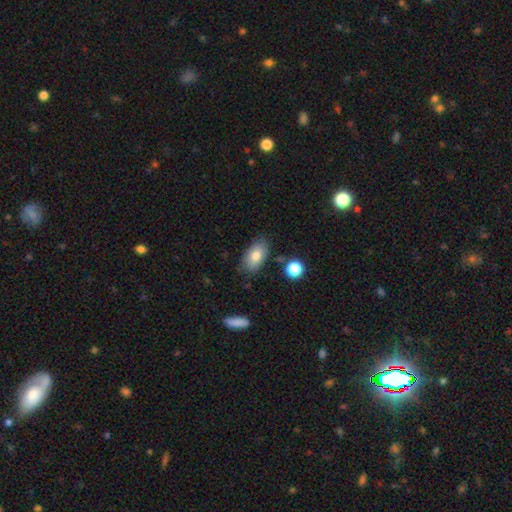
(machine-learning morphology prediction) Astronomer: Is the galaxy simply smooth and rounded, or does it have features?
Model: smooth — 80%.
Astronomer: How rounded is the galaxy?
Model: in between — 92%.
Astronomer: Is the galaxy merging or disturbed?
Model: none — 80%.